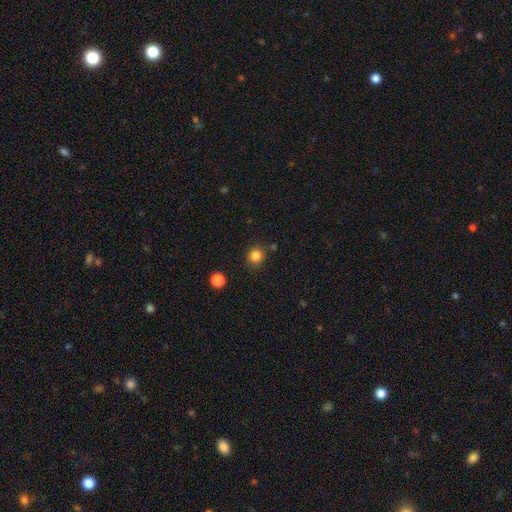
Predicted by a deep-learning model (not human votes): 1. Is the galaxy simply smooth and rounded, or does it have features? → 83% smooth, 12% star or artifact, 4% featured or disk.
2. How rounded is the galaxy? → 90% round, 9% in between, 1% cigar-shaped.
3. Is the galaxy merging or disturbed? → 84% none, 9% minor disturbance, 4% merger, 3% major disturbance.